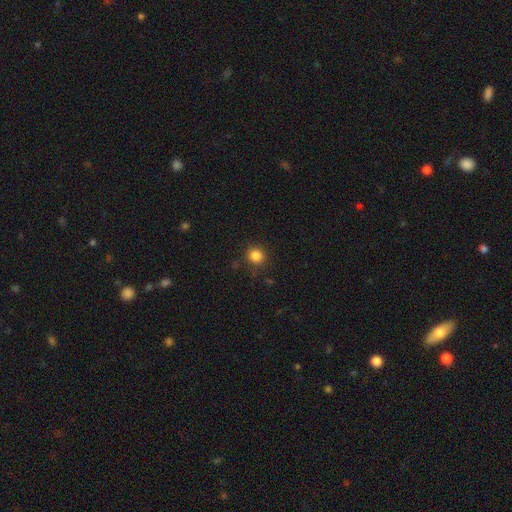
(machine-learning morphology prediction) Smooth or featured?
  - smooth: 84% *
  - star or artifact: 12%
  - featured or disk: 4%
How rounded?
  - round: 89% *
  - in between: 10%
  - cigar-shaped: 1%
Merging?
  - none: 87% *
  - minor disturbance: 9%
  - major disturbance: 3%
  - merger: 2%